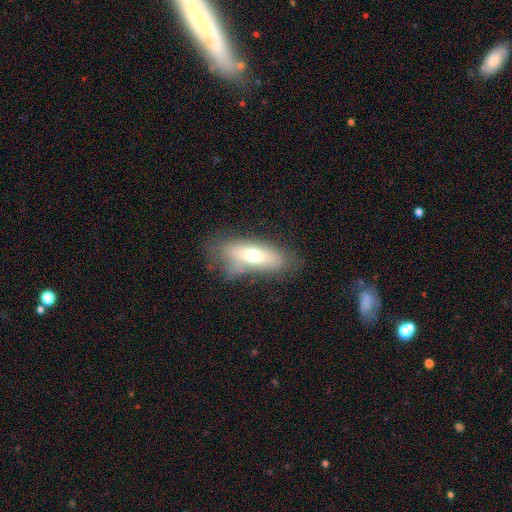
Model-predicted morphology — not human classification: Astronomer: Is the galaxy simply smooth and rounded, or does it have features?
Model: smooth — 46% (runner-up: featured or disk, 44%).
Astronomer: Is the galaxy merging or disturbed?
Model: none — 68%.